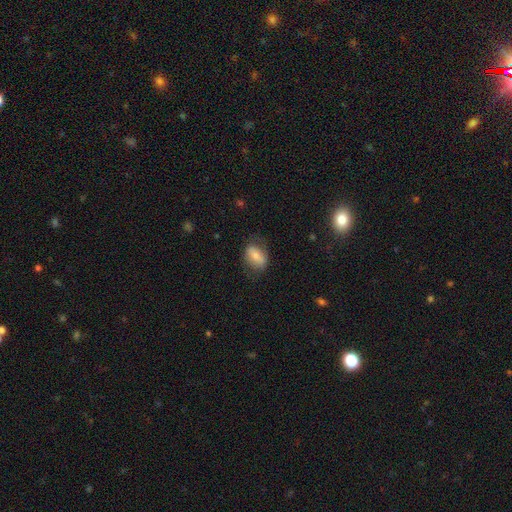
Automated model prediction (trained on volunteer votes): Smooth or featured: smooth — 64% (featured or disk — 29%)
How rounded: in between — 80% (round — 18%)
Merging: none — 67% (minor disturbance — 22%)